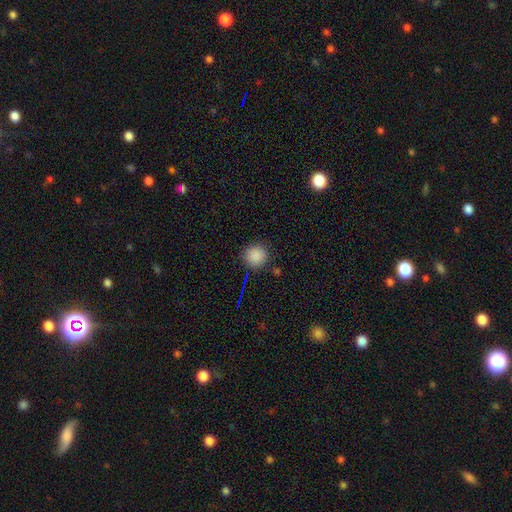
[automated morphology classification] type=smooth (86%); roundness=round (91%); merging=none (86%).